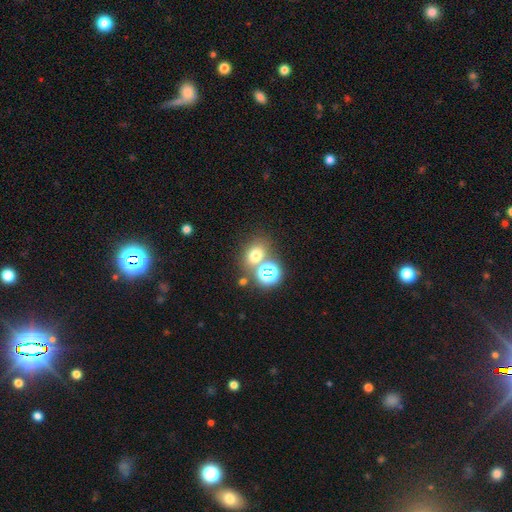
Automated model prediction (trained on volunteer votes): Smooth or featured?
  - smooth: 65% *
  - star or artifact: 24%
  - featured or disk: 11%
How rounded?
  - round: 53% *
  - in between: 46%
  - cigar-shaped: 1%
Merging?
  - none: 60% *
  - merger: 25%
  - minor disturbance: 10%
  - major disturbance: 4%